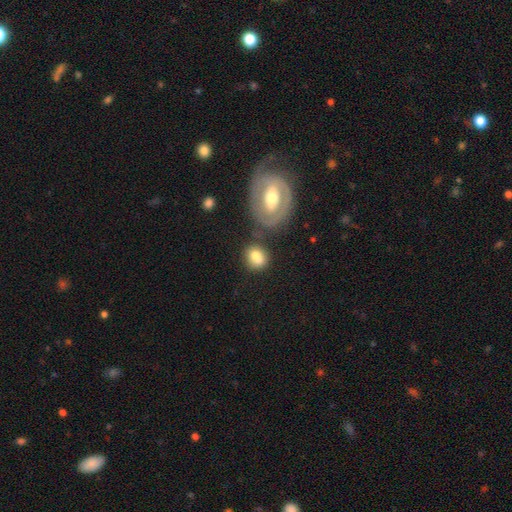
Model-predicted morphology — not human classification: smooth 73%, featured or disk 19%, star or artifact 8%. Down the decision tree: how rounded — round (55%); merging — none (52%).